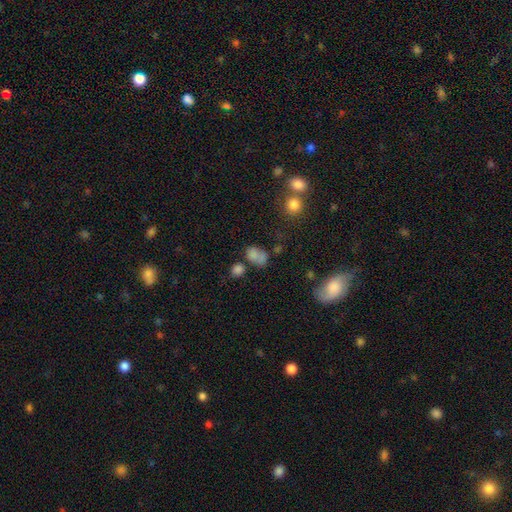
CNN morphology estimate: smooth_or_featured: smooth (p=0.73) [alt: star or artifact p=0.15]
how_rounded: in between (p=0.67) [alt: round p=0.31]
merging: none (p=0.41) [alt: merger p=0.26]